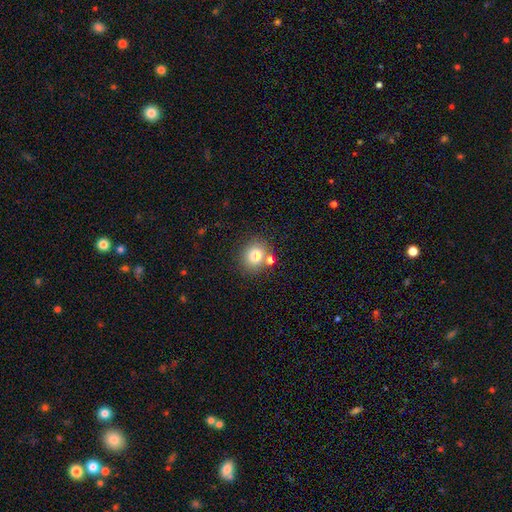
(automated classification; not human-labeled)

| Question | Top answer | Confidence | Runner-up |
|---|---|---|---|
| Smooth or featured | smooth | 81% | star or artifact (11%) |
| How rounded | round | 75% | in between (24%) |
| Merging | none | 74% | merger (12%) |